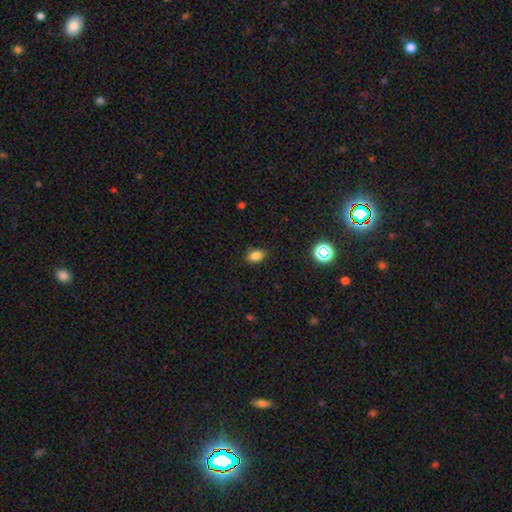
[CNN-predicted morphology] Q: Smooth or featured?
A: smooth (82%); runner-up: star or artifact (13%)
Q: How rounded?
A: in between (84%); runner-up: round (14%)
Q: Merging?
A: none (82%); runner-up: minor disturbance (14%)